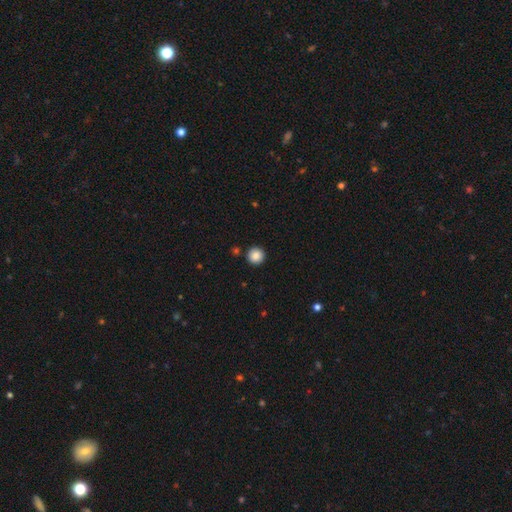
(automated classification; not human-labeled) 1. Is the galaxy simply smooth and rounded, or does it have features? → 87% smooth, 9% star or artifact, 4% featured or disk.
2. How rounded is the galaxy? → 96% round, 3% in between, 1% cigar-shaped.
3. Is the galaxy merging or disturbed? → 92% none, 5% minor disturbance, 2% merger, 2% major disturbance.